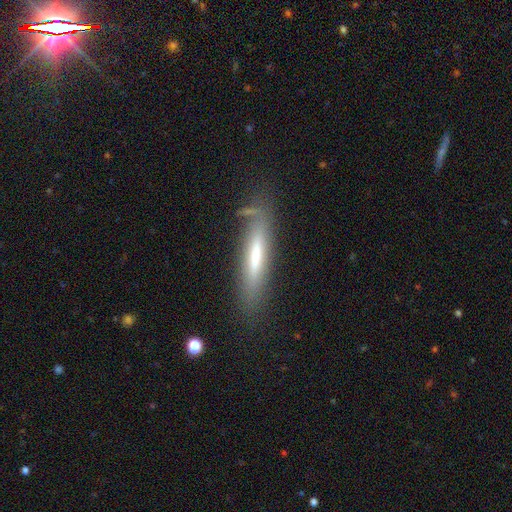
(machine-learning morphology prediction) Q: Smooth or featured?
A: smooth (54%); runner-up: featured or disk (38%)
Q: How rounded?
A: cigar-shaped (87%); runner-up: in between (12%)
Q: Merging?
A: none (71%); runner-up: minor disturbance (18%)